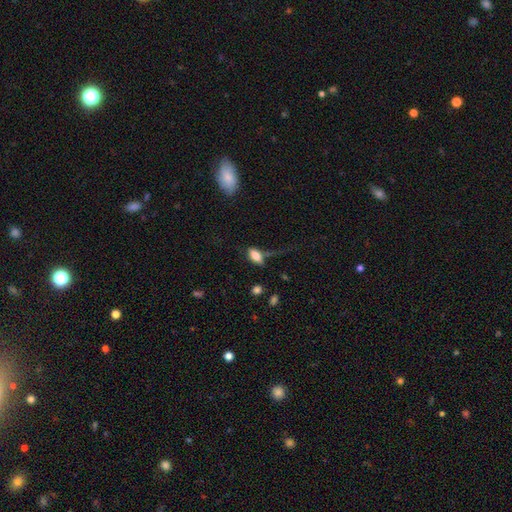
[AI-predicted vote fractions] Morphology: type=smooth (79%); roundness=in between (88%); merging=none (50%).